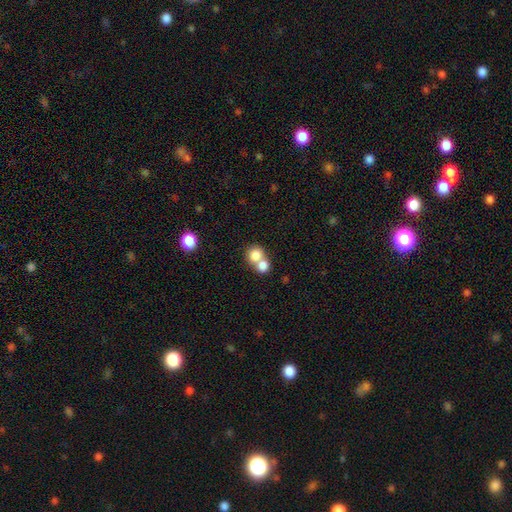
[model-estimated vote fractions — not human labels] Smooth or featured?
  - smooth: 80% *
  - featured or disk: 11%
  - star or artifact: 10%
How rounded?
  - round: 77% *
  - in between: 22%
  - cigar-shaped: 1%
Merging?
  - merger: 61% *
  - none: 31%
  - minor disturbance: 5%
  - major disturbance: 3%